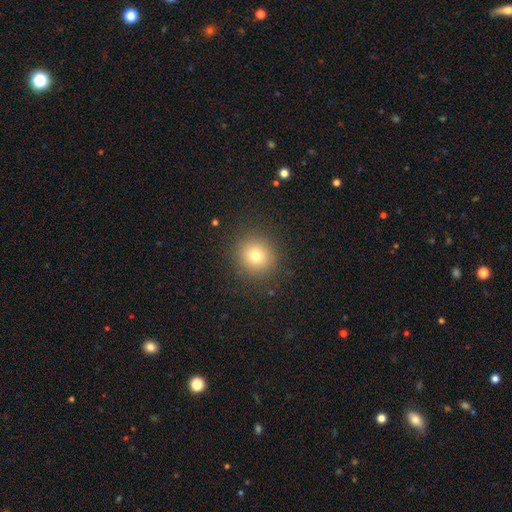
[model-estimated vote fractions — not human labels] This is likely a smooth galaxy (75%). How rounded: clearly round (91%). Merging: clearly none (89%).